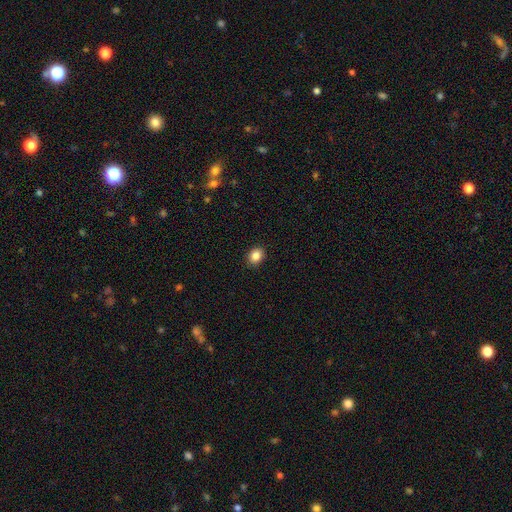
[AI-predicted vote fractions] smooth_or_featured: smooth (p=0.86) [alt: star or artifact p=0.10]
how_rounded: round (p=0.50) [alt: in between p=0.49]
merging: none (p=0.90) [alt: minor disturbance p=0.07]